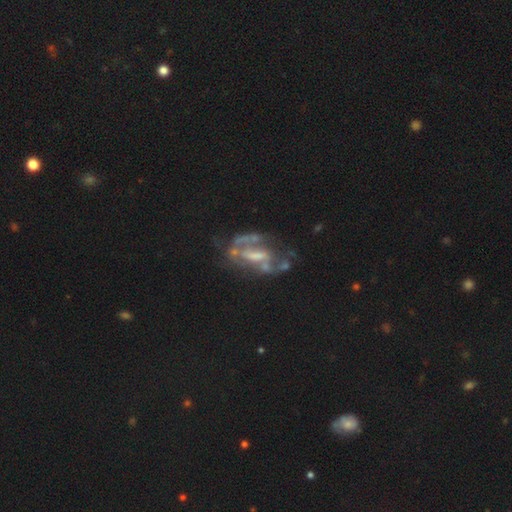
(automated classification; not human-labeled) smooth_or_featured: featured or disk (p=0.77) [alt: smooth p=0.13]
disk_edge_on: no (p=0.93) [alt: yes p=0.07]
bar: weak (p=0.37) [alt: strong p=0.34]
has_spiral_arms: yes (p=0.58) [alt: no p=0.42]
bulge_size: moderate (p=0.32) [alt: none p=0.31]
merging: none (p=0.44) [alt: major disturbance p=0.27]